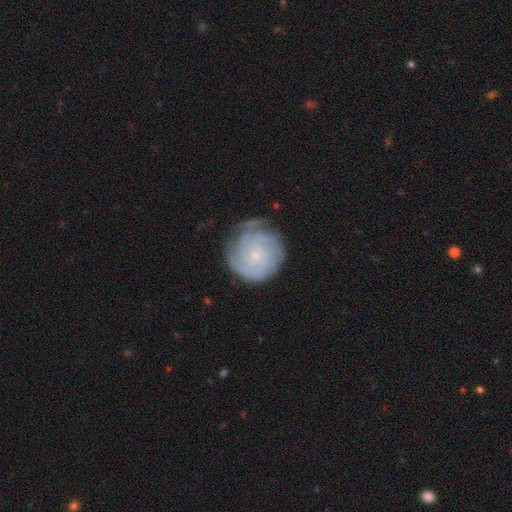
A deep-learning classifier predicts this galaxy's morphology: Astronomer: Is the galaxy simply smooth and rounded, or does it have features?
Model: featured or disk — 78%.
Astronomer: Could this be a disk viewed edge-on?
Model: no — 98%.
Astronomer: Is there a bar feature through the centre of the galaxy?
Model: no — 77%.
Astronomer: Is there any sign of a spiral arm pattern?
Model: yes — 95%.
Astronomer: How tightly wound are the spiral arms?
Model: tight — 73%.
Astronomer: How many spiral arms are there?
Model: can't tell — 33% (runner-up: 3, 23%).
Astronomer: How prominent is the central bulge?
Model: small — 81%.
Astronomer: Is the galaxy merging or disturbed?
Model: none — 67%.